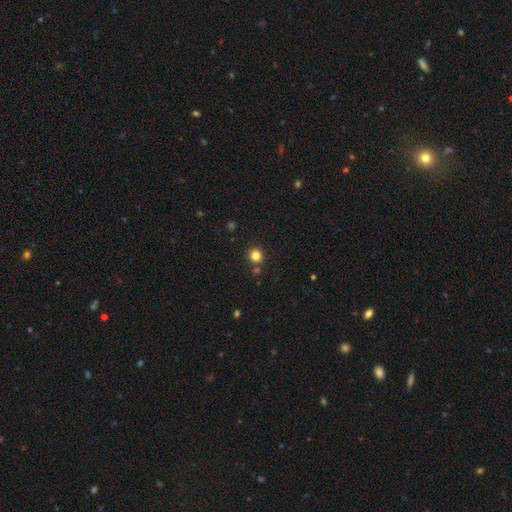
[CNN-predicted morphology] The model was most divided on "smooth or featured": smooth: 81%, star or artifact: 14%, featured or disk: 5%. More confident: how rounded — round (93%); merging — none (84%).